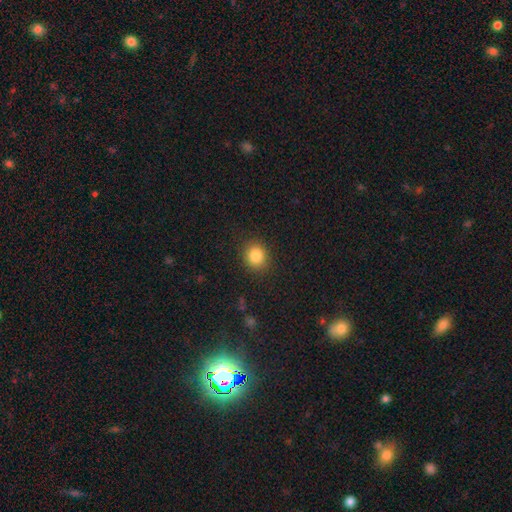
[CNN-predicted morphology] Overall: smooth (85%). How rounded: round (78%). Merging: none (88%).